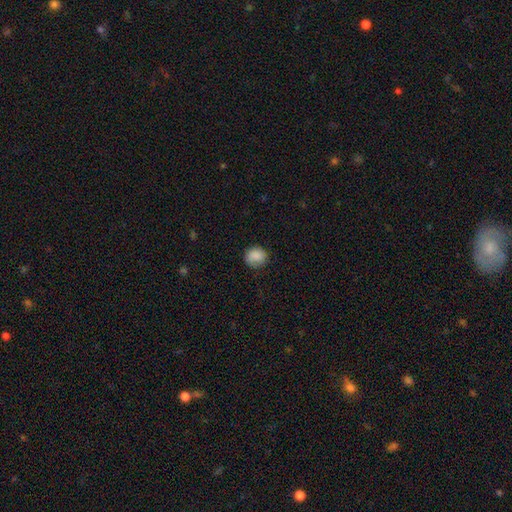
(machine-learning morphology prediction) Overall: smooth (87%). How rounded: round (81%). Merging: none (78%).